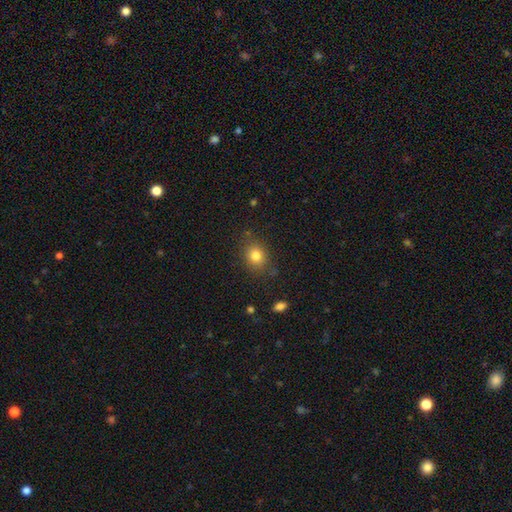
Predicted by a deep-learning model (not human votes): Morphology: type=smooth (81%); roundness=round (58%); merging=none (80%).